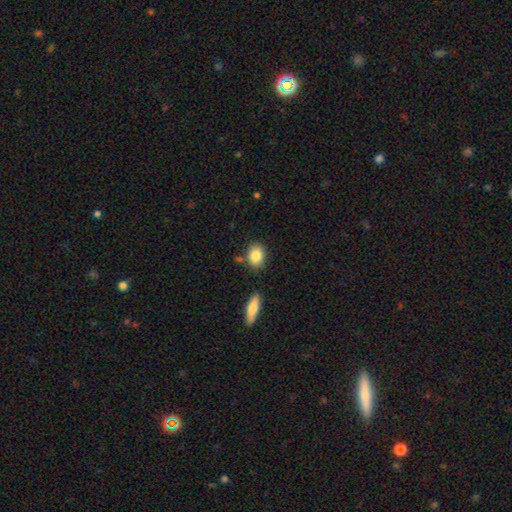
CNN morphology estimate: smooth_or_featured: smooth (p=0.86) [alt: star or artifact p=0.07]
how_rounded: in between (p=0.66) [alt: round p=0.32]
merging: none (p=0.76) [alt: minor disturbance p=0.13]